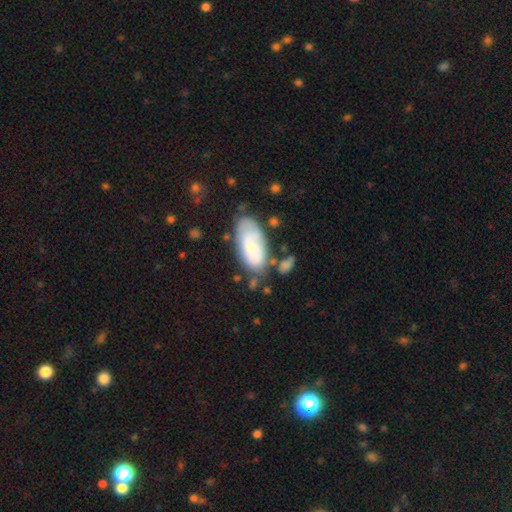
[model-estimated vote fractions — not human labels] Smooth or featured? smooth (61%)
How rounded? in between (91%)
Merging? none (54%)